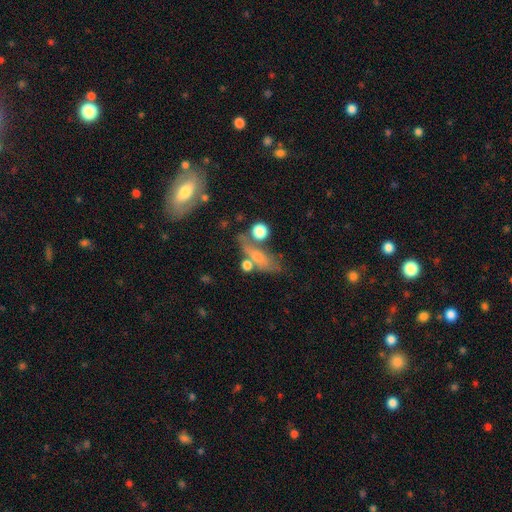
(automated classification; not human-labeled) smooth-or-featured: smooth: 54% | featured or disk: 31% | star or artifact: 14%
  how-rounded: in between: 52% | cigar-shaped: 36% | round: 13%
  merging: none: 47% | minor disturbance: 21% | merger: 19% | major disturbance: 14%